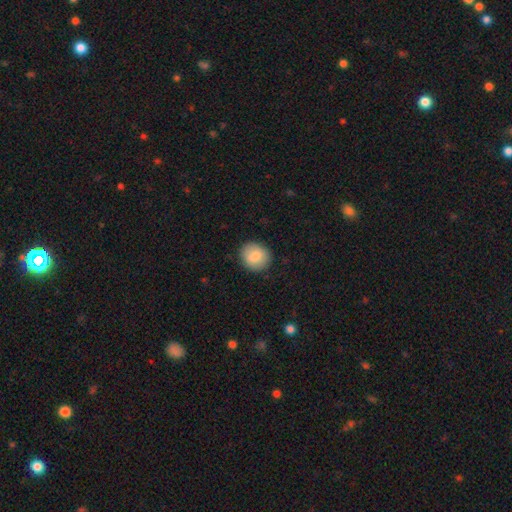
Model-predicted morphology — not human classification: This appears to be a smooth galaxy with no disk features (84%) that is round (80%). Merging: none (89%).